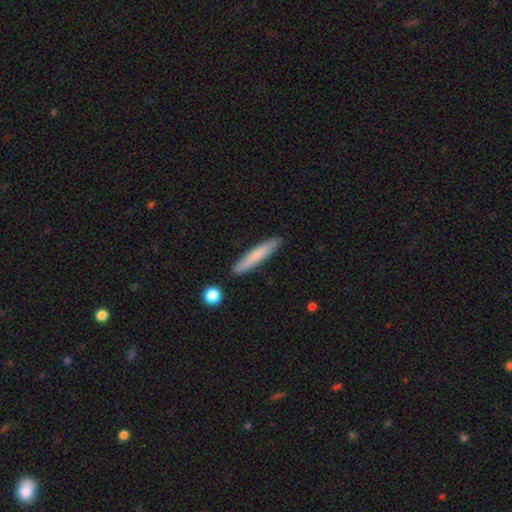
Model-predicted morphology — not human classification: This is likely a smooth galaxy (73%). How rounded: clearly cigar-shaped (92%). Merging: clearly none (87%).